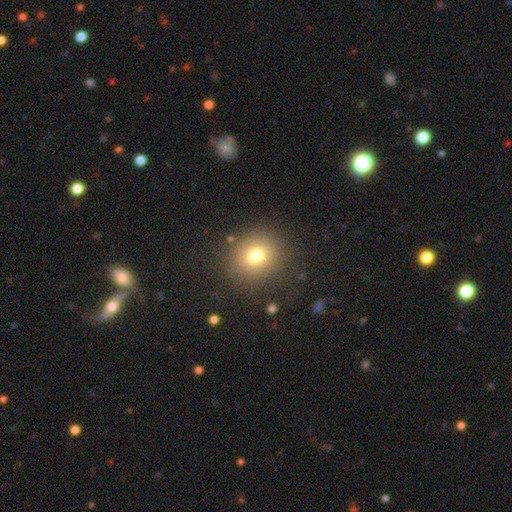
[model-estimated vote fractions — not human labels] A smooth galaxy with no disk features (74%) that is round (81%). Merging: none (85%).